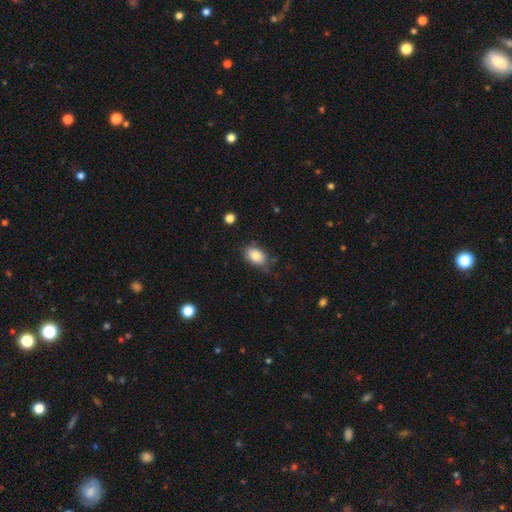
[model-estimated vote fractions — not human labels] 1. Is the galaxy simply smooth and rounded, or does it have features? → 83% smooth, 9% featured or disk, 8% star or artifact.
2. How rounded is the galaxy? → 83% in between, 16% round, 1% cigar-shaped.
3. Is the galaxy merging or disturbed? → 69% none, 24% minor disturbance, 5% major disturbance, 3% merger.